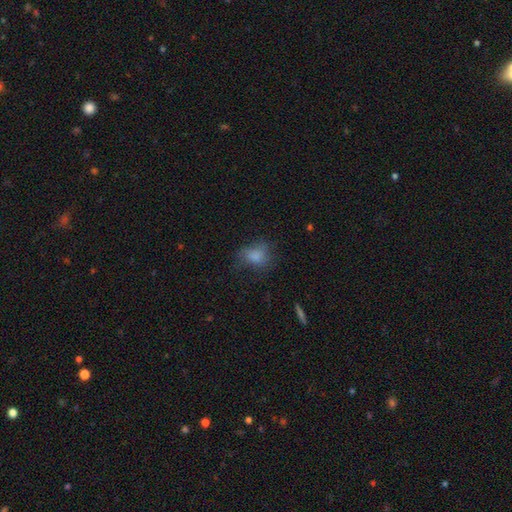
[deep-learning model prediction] smooth 75%, featured or disk 13%, star or artifact 12%. Down the decision tree: how rounded — in between (55%); merging — none (51%).